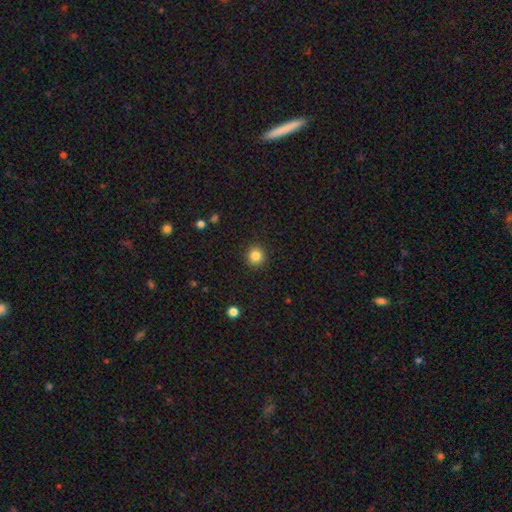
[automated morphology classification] This appears to be a smooth galaxy with no disk features (85%) that is round (94%). Merging: none (92%).